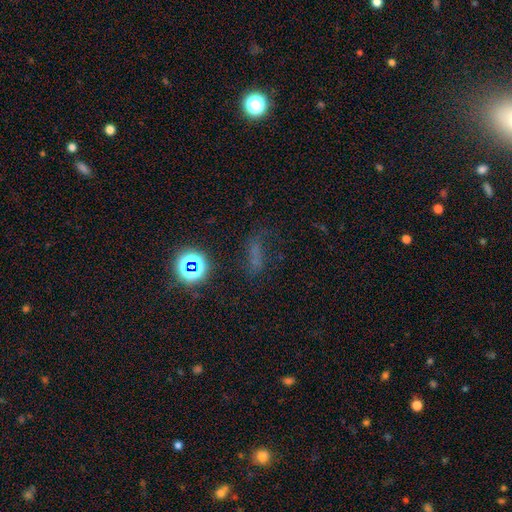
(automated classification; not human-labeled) Smooth or featured: star or artifact — 41% (smooth — 37%)